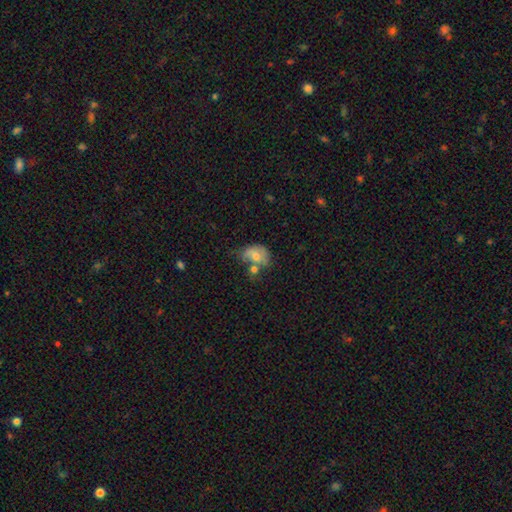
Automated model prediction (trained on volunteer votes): The model was most divided on "merging": merger: 32%, none: 29%, minor disturbance: 24%, major disturbance: 15%. More confident: how rounded — in between (71%); smooth or featured — smooth (64%).